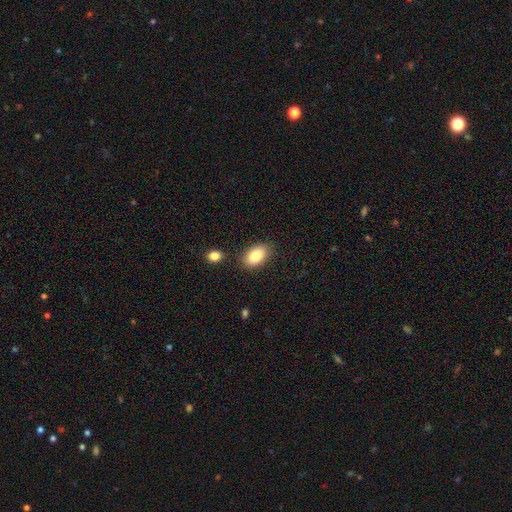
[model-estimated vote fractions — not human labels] This is clearly a smooth galaxy (85%). How rounded: clearly in between (92%). Merging: clearly none (82%).